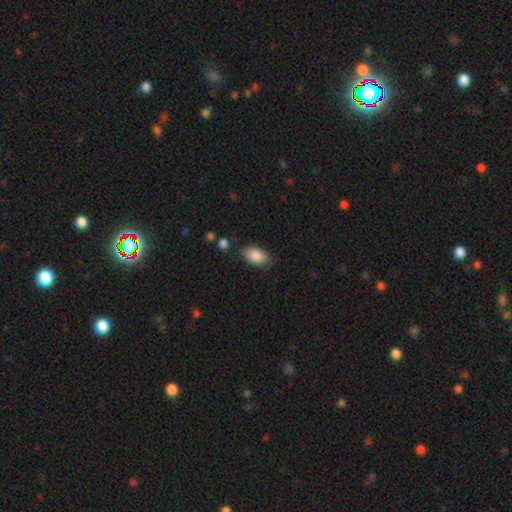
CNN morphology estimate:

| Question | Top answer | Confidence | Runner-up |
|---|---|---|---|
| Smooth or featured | smooth | 88% | star or artifact (7%) |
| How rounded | in between | 92% | round (6%) |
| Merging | none | 81% | minor disturbance (13%) |